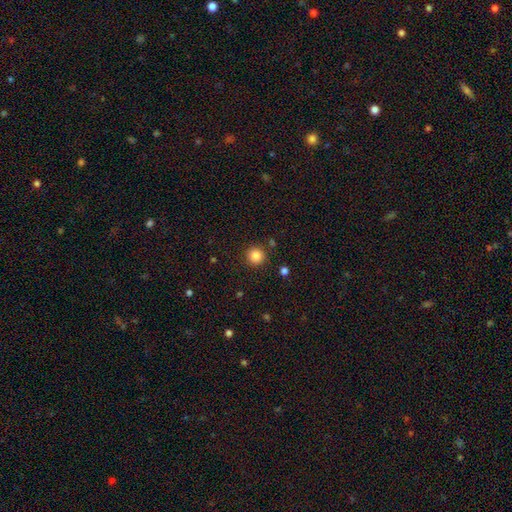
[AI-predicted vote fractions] The model was most divided on "smooth or featured": smooth: 85%, star or artifact: 11%, featured or disk: 4%. More confident: how rounded — round (94%); merging — none (89%).